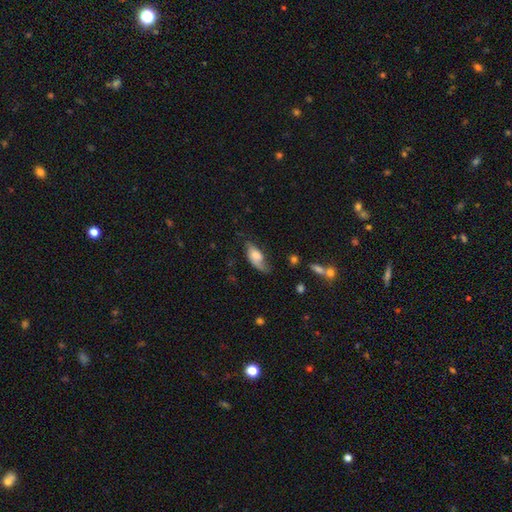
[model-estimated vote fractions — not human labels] The model was most divided on "smooth or featured": smooth: 49%, featured or disk: 44%, star or artifact: 7%. Remaining: merging — none (46%).